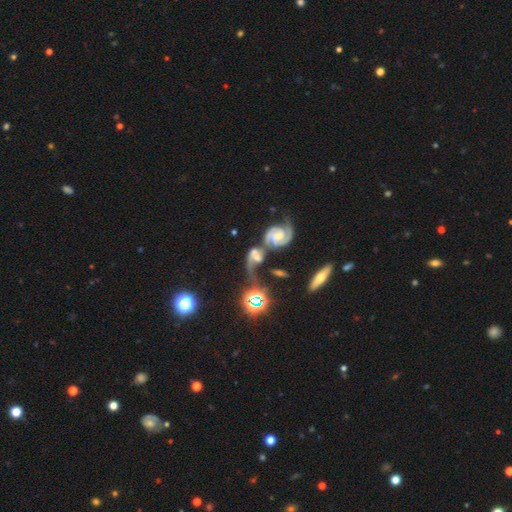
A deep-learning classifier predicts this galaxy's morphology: A featured or disk galaxy (70%) with no bar (51%), 2 (76%) medium (40%) spiral arms (88%) and a moderate central bulge (45%). Merging: merger (62%).